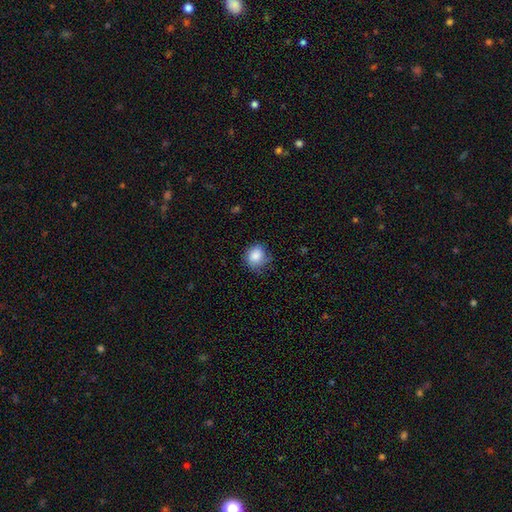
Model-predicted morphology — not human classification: Overall: smooth (82%). How rounded: round (73%). Merging: none (65%; minor disturbance 26%).